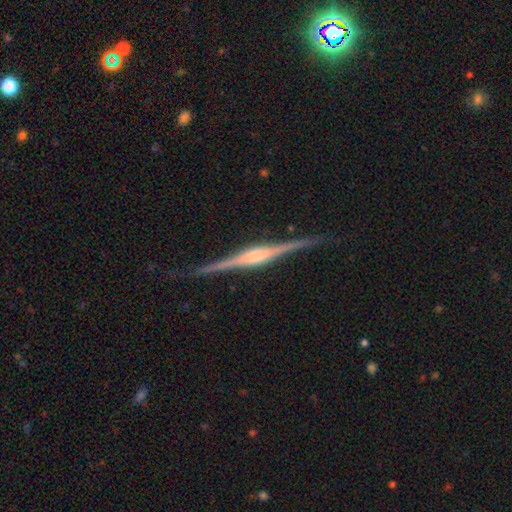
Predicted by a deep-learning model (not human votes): This appears to be a featured or disk galaxy (87%) viewed edge-on (98%) with a rounded central bulge (65%). Merging: none (89%).